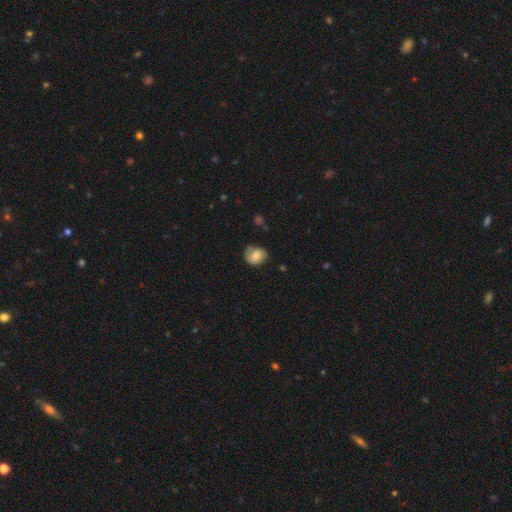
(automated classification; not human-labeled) Smooth or featured: smooth — 69% (featured or disk — 23%)
How rounded: round — 60% (in between — 39%)
Merging: none — 62% (minor disturbance — 29%)